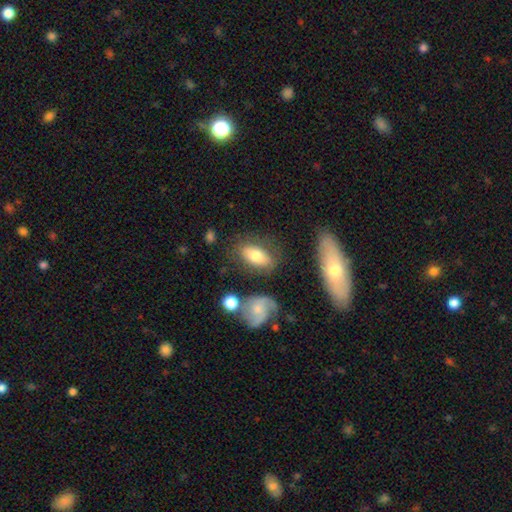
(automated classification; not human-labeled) The model was most divided on "smooth or featured": smooth: 70%, featured or disk: 22%, star or artifact: 8%. More confident: how rounded — in between (87%); merging — none (68%).